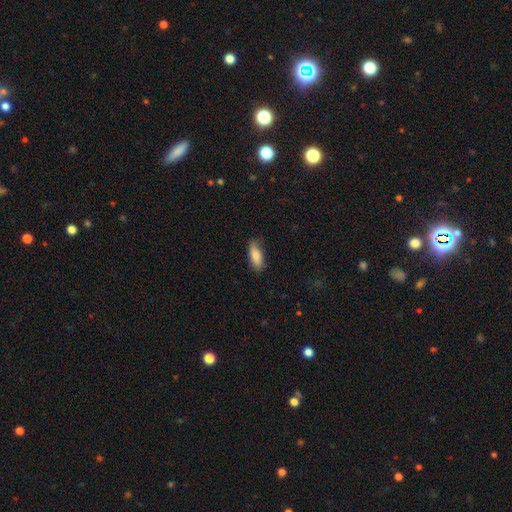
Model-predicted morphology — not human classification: Smooth or featured? Predicted: smooth (p=0.84). How rounded? Predicted: in between (p=0.74). Merging? Predicted: none (p=0.77).